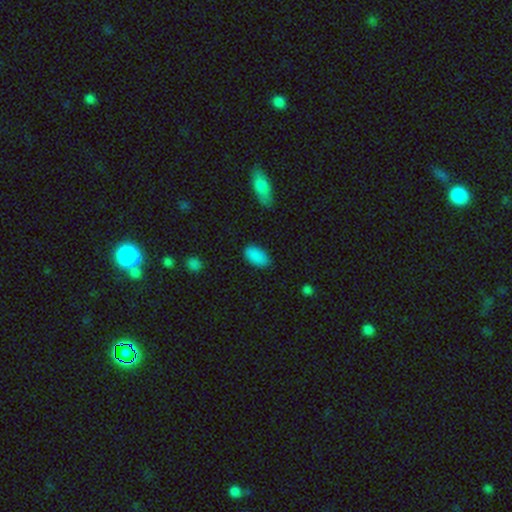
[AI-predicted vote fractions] Smooth or featured? Predicted: smooth (p=0.88). How rounded? Predicted: in between (p=0.94). Merging? Predicted: none (p=0.83).